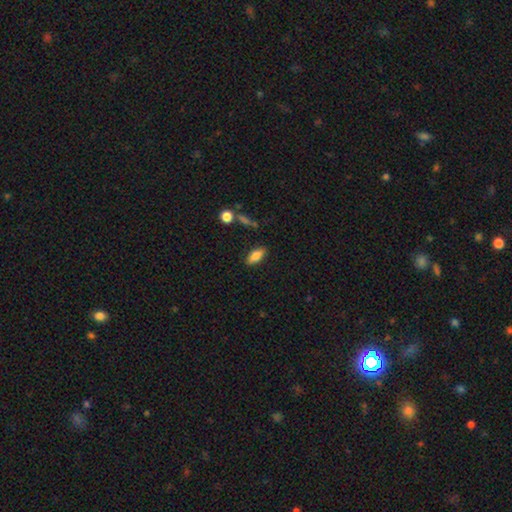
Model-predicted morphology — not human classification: This is likely a smooth galaxy (79%). How rounded: clearly in between (81%). Merging: clearly none (84%).